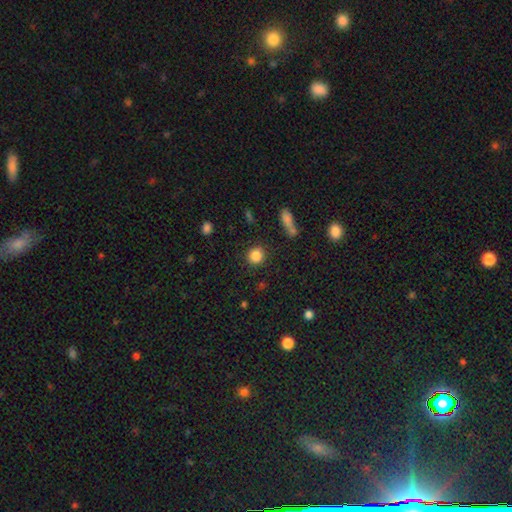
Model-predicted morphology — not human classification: The model was most divided on "smooth or featured": smooth: 84%, star or artifact: 10%, featured or disk: 5%. More confident: how rounded — round (87%); merging — none (87%).